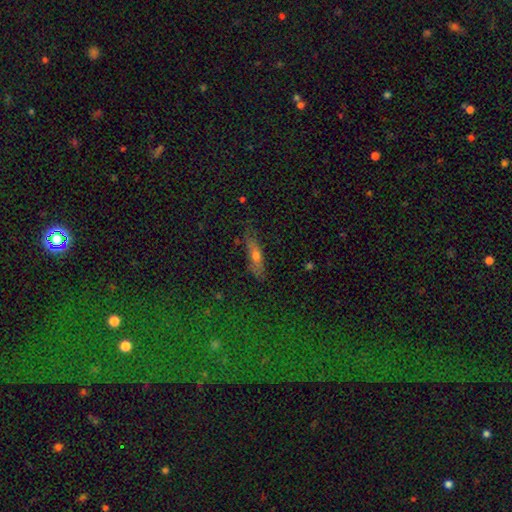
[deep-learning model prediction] A smooth galaxy with no disk features (55%) that is cigar-shaped (61%). Merging: none (72%).